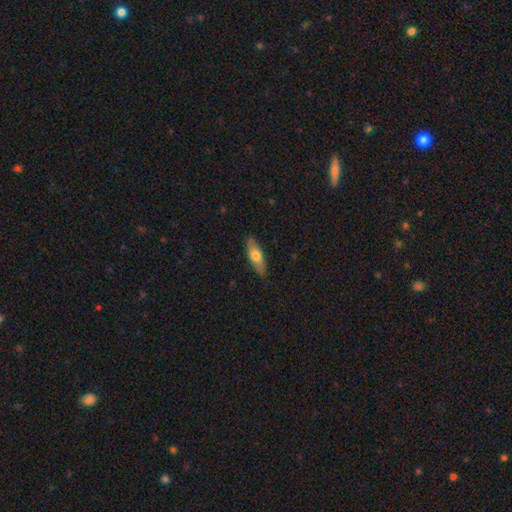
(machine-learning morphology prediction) Overall: smooth (62%; featured or disk 32%). How rounded: in between (51%; cigar-shaped 46%). Merging: none (85%).